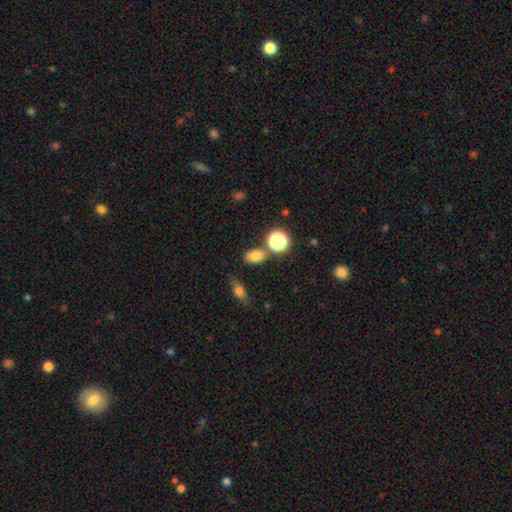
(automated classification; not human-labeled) This is likely a smooth galaxy (77%). How rounded: likely in between (69%). Merging: likely none (75%).